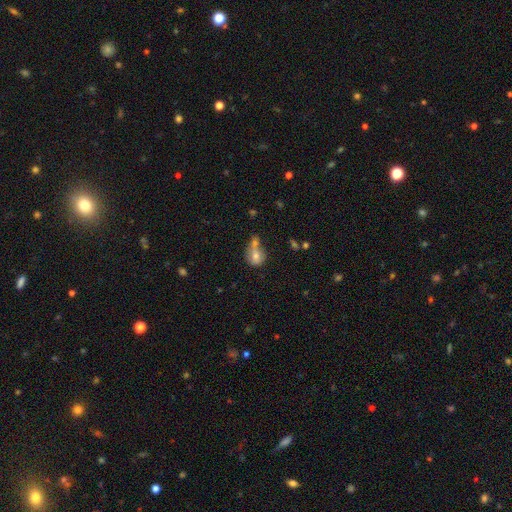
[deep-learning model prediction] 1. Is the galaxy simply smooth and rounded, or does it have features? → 70% smooth, 20% featured or disk, 10% star or artifact.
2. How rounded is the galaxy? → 58% round, 40% in between, 2% cigar-shaped.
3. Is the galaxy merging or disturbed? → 46% merger, 30% none, 16% minor disturbance, 8% major disturbance.